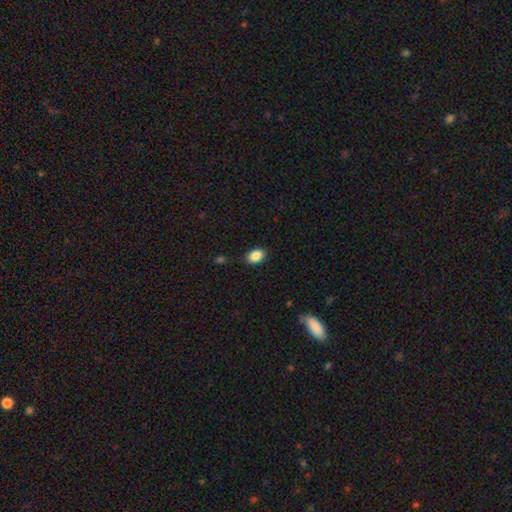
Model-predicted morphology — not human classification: A smooth galaxy with no disk features (87%) that is in between round and cigar-shaped (77%). Merging: none (86%).